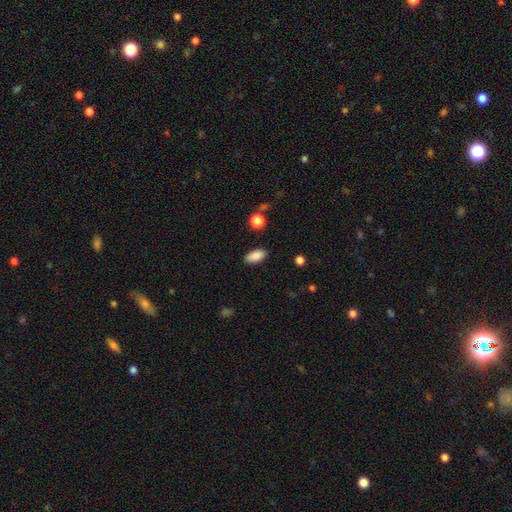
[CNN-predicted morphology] A smooth galaxy with no disk features (88%) that is in between round and cigar-shaped (90%). Merging: none (86%).